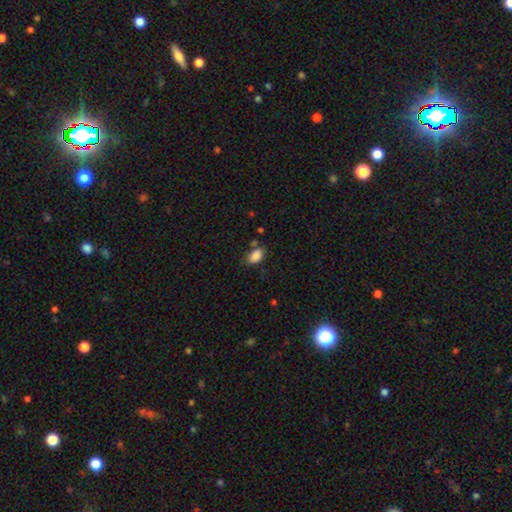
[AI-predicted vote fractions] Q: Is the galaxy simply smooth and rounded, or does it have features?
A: smooth — 87%.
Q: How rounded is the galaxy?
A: in between — 87%.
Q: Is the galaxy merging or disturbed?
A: none — 66%.